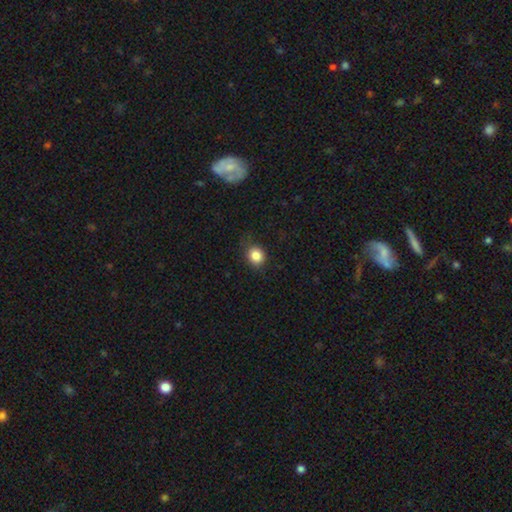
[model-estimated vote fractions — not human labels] smooth-or-featured: smooth: 83% | star or artifact: 11% | featured or disk: 6%
  how-rounded: round: 73% | in between: 26% | cigar-shaped: 1%
  merging: none: 79% | minor disturbance: 16% | major disturbance: 4% | merger: 1%